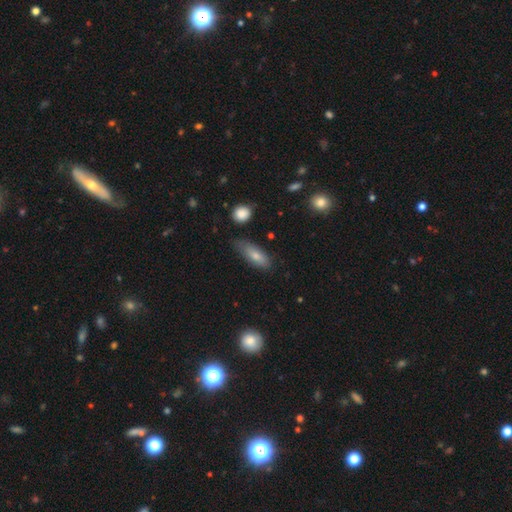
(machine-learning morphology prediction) A smooth galaxy with no disk features (77%) that is in between round and cigar-shaped (69%). Merging: none (65%).